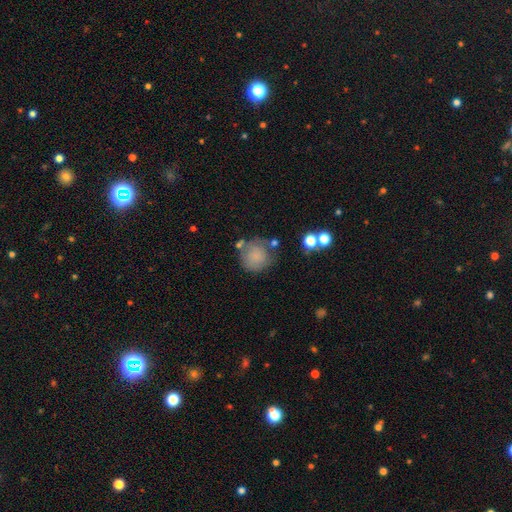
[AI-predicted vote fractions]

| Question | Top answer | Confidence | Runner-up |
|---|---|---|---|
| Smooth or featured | smooth | 73% | featured or disk (17%) |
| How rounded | round | 90% | in between (9%) |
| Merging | none | 58% | minor disturbance (21%) |